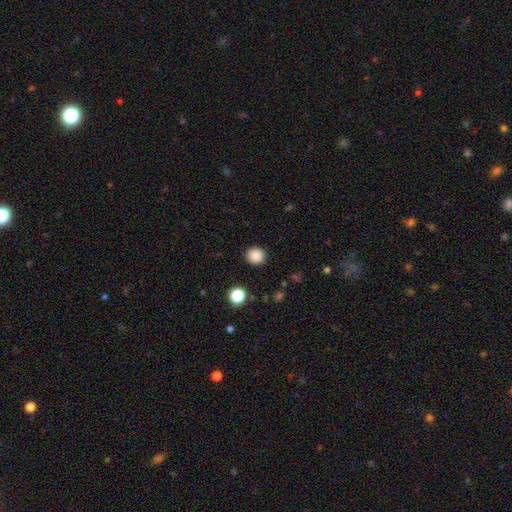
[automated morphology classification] Smooth or featured? Predicted: smooth (p=0.87). How rounded? Predicted: round (p=0.91). Merging? Predicted: none (p=0.91).